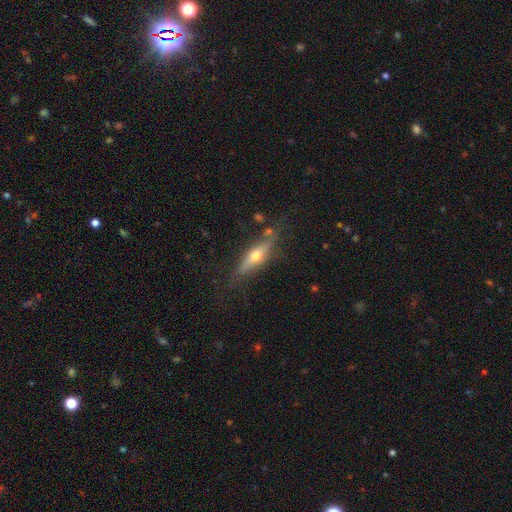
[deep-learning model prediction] Smooth or featured? Predicted: featured or disk (p=0.61). Edge-on disk? Predicted: yes (p=0.89). Edge-on bulge? Predicted: rounded (p=0.94). Merging? Predicted: none (p=0.74).